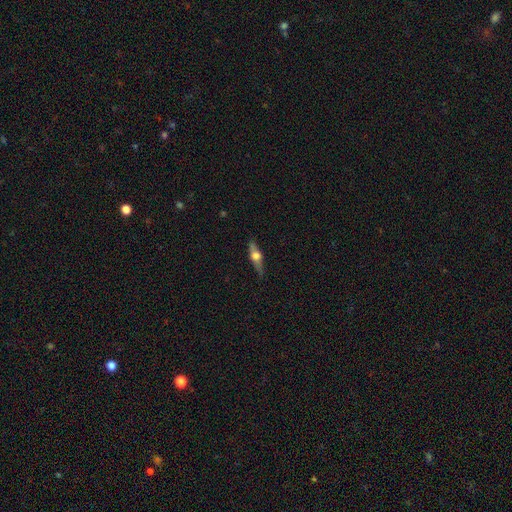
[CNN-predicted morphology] featured or disk 66%, smooth 28%, star or artifact 6%. Down the decision tree: edge-on disk — yes (95%); edge-on bulge — rounded (95%); merging — none (85%).